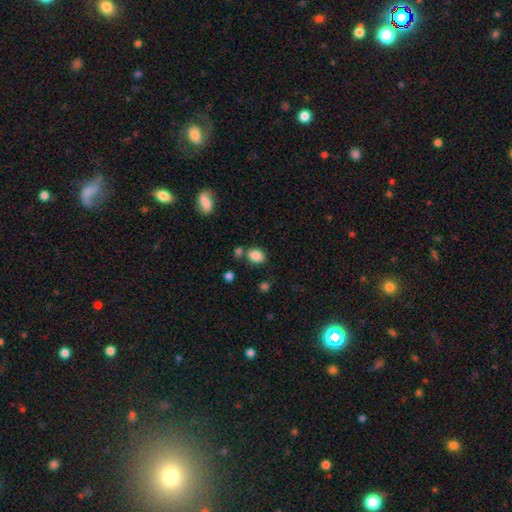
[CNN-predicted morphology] Smooth or featured? smooth (86%)
How rounded? in between (65%)
Merging? none (68%)